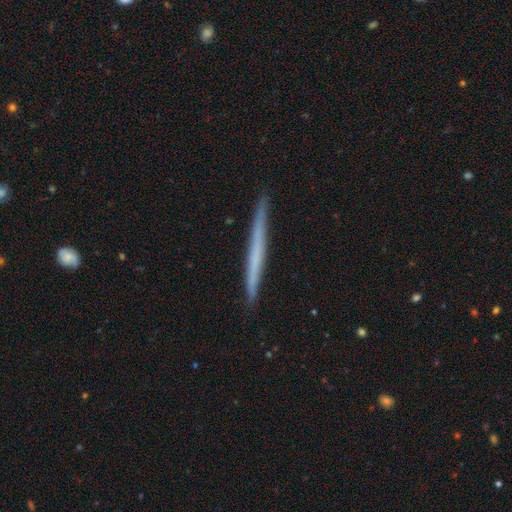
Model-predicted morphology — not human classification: This appears to be a featured or disk galaxy (49%). Merging: none (91%).